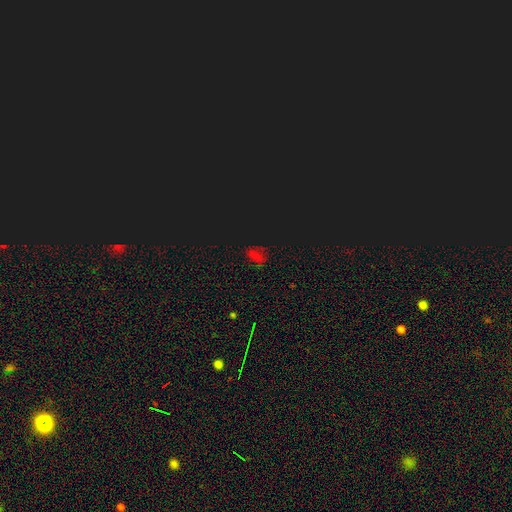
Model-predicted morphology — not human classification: star or artifact 56%, smooth 36%, featured or disk 8%.